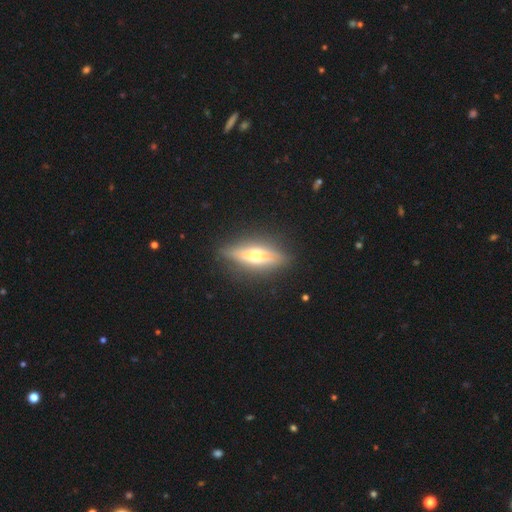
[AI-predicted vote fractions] Smooth or featured?
  - featured or disk: 59% *
  - smooth: 33%
  - star or artifact: 8%
Edge-on disk?
  - yes: 88% *
  - no: 12%
Edge-on bulge?
  - rounded: 85% *
  - boxy: 10%
  - none: 5%
Merging?
  - none: 84% *
  - minor disturbance: 12%
  - major disturbance: 3%
  - merger: 1%